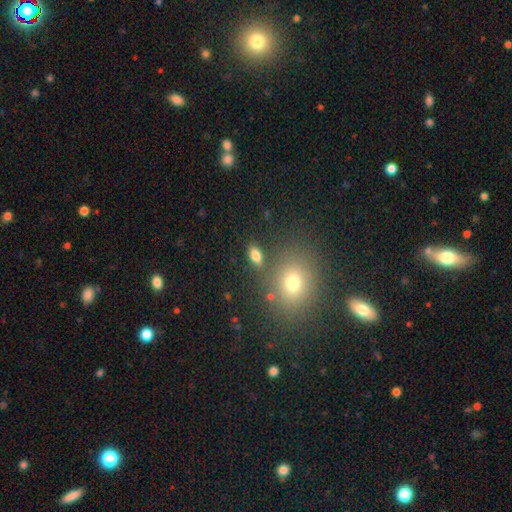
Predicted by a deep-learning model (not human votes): A smooth galaxy with no disk features (80%) that is in between round and cigar-shaped (85%).

Vote fractions:
- Smooth or featured? smooth: 80% / star or artifact: 12% / featured or disk: 9%
- How rounded? in between: 85% / round: 9% / cigar-shaped: 6%
- Merging? none: 79% / minor disturbance: 10% / merger: 7% / major disturbance: 4%